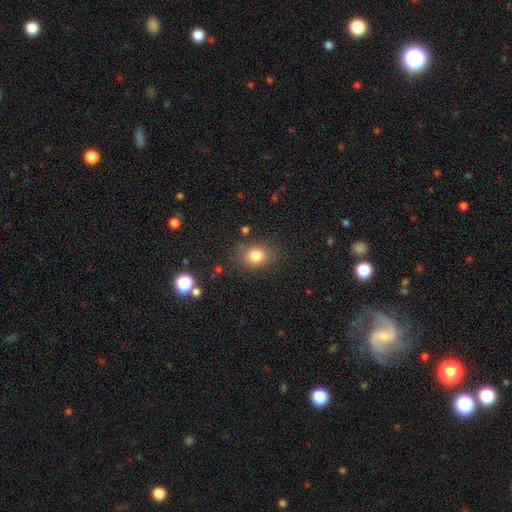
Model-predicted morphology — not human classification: smooth-or-featured: smooth: 81% | star or artifact: 12% | featured or disk: 7%
  how-rounded: round: 54% | in between: 45% | cigar-shaped: 1%
  merging: none: 79% | minor disturbance: 14% | major disturbance: 5% | merger: 3%